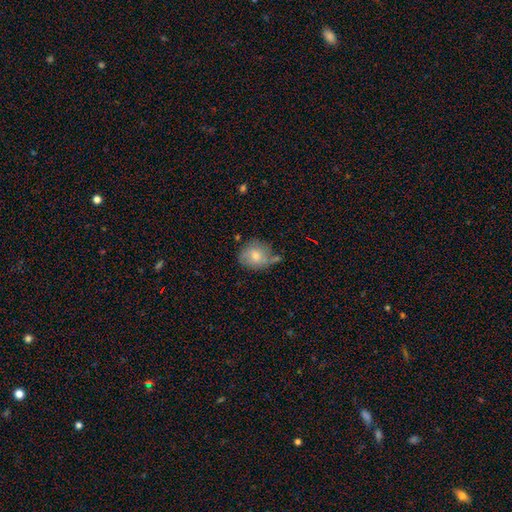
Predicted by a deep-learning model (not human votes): The model was most divided on "merging": none: 55%, minor disturbance: 27%, merger: 9%, major disturbance: 8%. More confident: how rounded — round (69%); smooth or featured — smooth (61%).